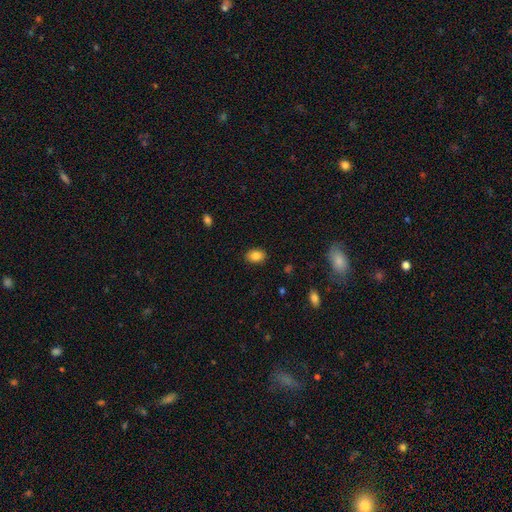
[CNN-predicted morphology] Q: Smooth or featured?
A: smooth (85%); runner-up: star or artifact (9%)
Q: How rounded?
A: in between (77%); runner-up: round (22%)
Q: Merging?
A: none (87%); runner-up: minor disturbance (9%)